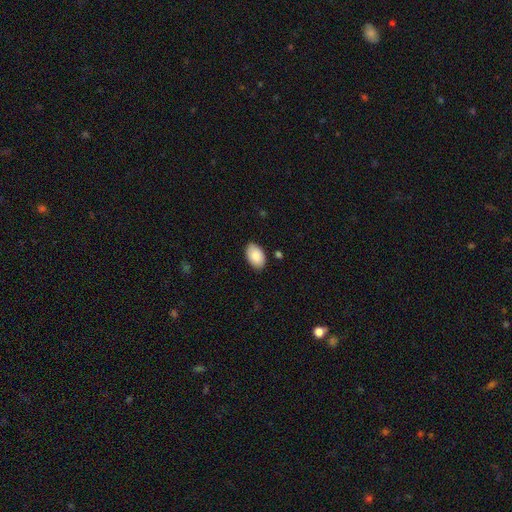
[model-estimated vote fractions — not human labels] Smooth or featured? smooth (87%)
How rounded? in between (92%)
Merging? none (84%)